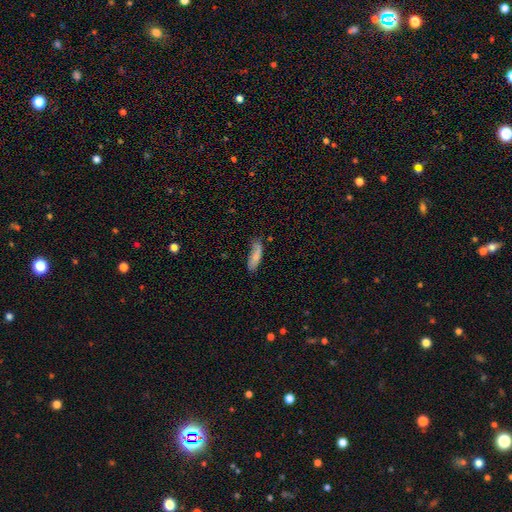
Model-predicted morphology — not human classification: This appears to be a smooth galaxy with no disk features (79%) that is cigar-shaped (49%, tied with in between). Merging: none (61%).